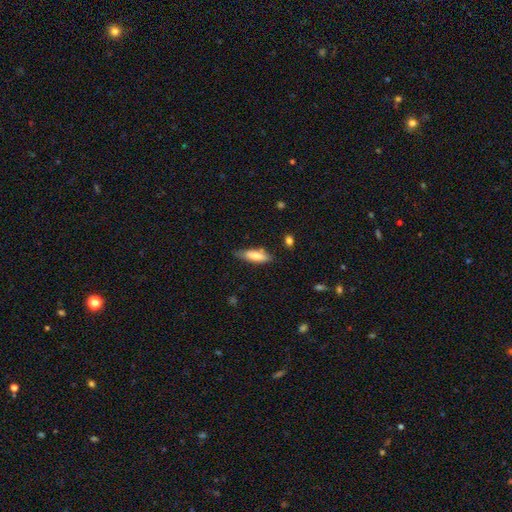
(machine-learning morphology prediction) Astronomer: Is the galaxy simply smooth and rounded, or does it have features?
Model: smooth — 74%.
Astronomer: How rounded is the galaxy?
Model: cigar-shaped — 50% (runner-up: in between, 48%).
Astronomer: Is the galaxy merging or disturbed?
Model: none — 73%.